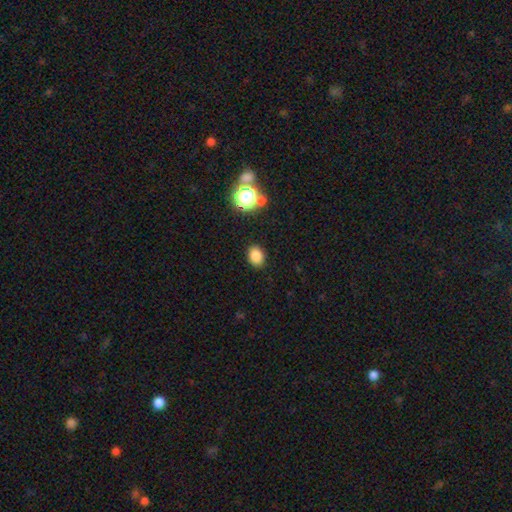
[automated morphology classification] This is clearly a smooth galaxy (82%). How rounded: likely in between (67%). Merging: clearly none (88%).